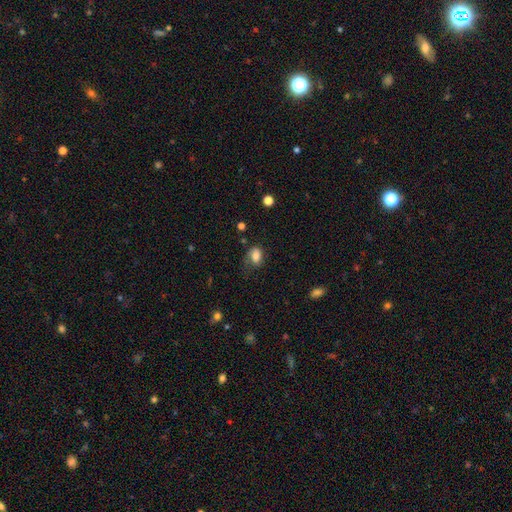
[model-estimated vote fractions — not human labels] Overall: smooth (75%). How rounded: in between (77%). Merging: none (48%; minor disturbance 29%).